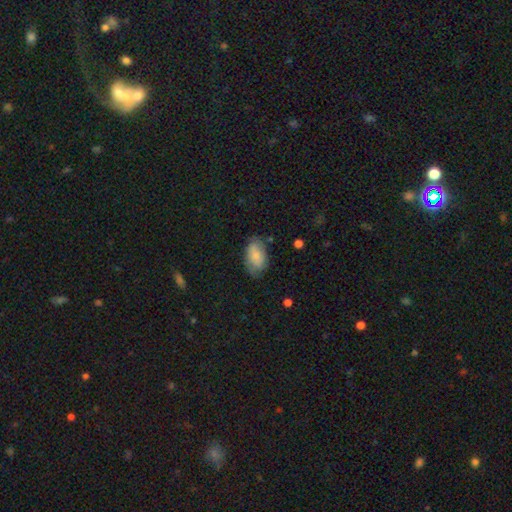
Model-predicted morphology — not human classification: smooth_or_featured: smooth (p=0.73) [alt: featured or disk p=0.20]
how_rounded: in between (p=0.93) [alt: round p=0.05]
merging: none (p=0.65) [alt: minor disturbance p=0.26]